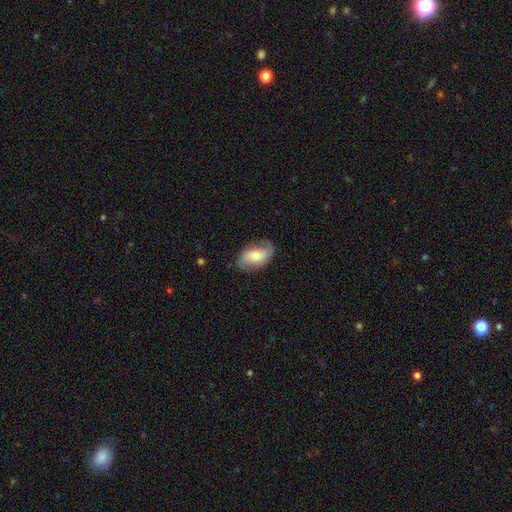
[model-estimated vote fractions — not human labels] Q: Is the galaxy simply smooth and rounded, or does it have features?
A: smooth — 51%.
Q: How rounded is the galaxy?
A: in between — 91%.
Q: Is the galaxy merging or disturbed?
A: none — 73%.